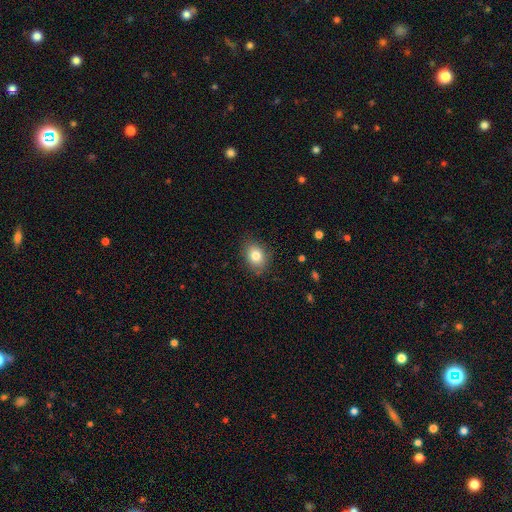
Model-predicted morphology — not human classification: Smooth or featured? smooth (81%)
How rounded? in between (61%)
Merging? none (84%)